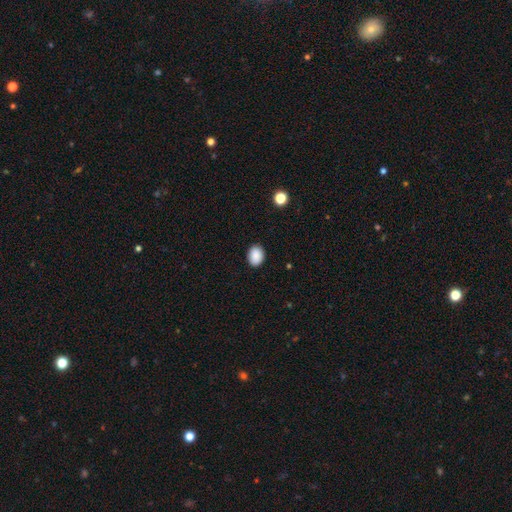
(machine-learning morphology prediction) The model was most divided on "how rounded": in between: 66%, round: 33%, cigar-shaped: 1%. More confident: merging — none (89%); smooth or featured — smooth (89%).